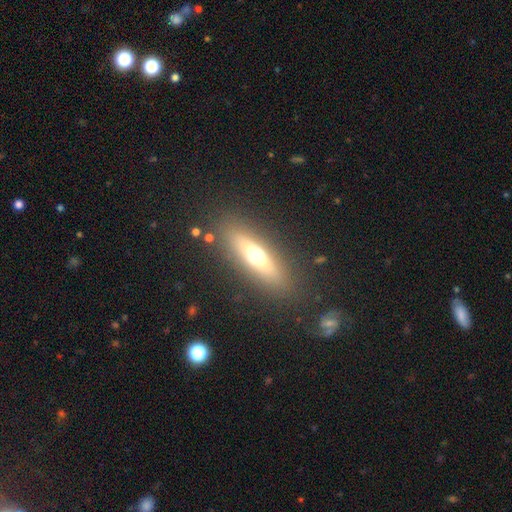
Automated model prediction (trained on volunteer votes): Smooth or featured? Predicted: smooth (p=0.51). How rounded? Predicted: cigar-shaped (p=0.51). Merging? Predicted: none (p=0.86).